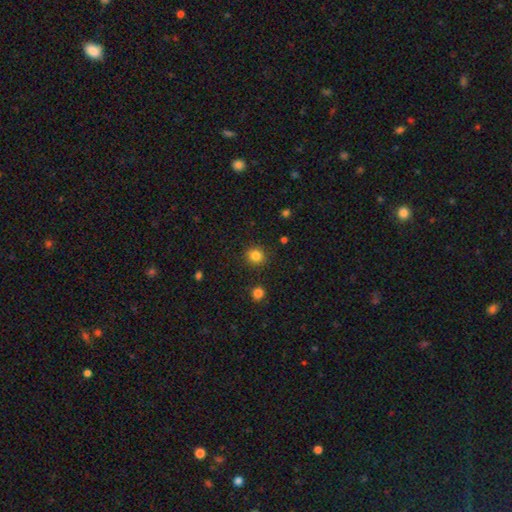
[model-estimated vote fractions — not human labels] Smooth or featured?
  - smooth: 84% *
  - star or artifact: 11%
  - featured or disk: 5%
How rounded?
  - round: 87% *
  - in between: 12%
  - cigar-shaped: 1%
Merging?
  - none: 90% *
  - minor disturbance: 6%
  - major disturbance: 2%
  - merger: 2%